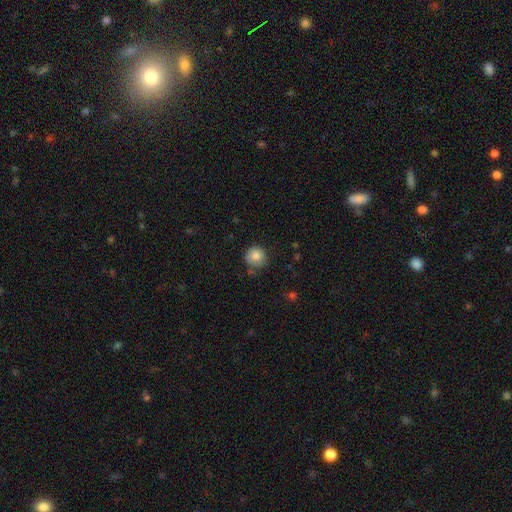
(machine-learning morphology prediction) A smooth galaxy with no disk features (82%) that is round (93%). Merging: none (75%).